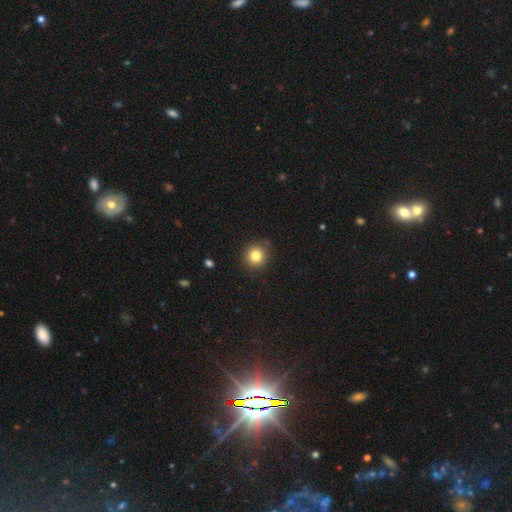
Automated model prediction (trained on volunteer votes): A smooth galaxy with no disk features (82%) that is round (90%). Merging: none (86%).